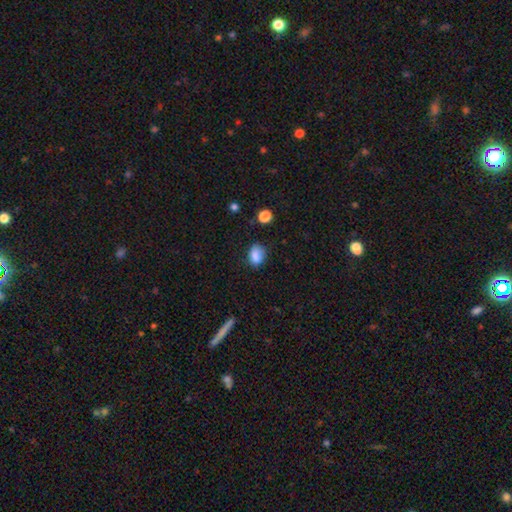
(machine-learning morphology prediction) Smooth or featured: smooth — 85% (star or artifact — 10%)
How rounded: in between — 74% (round — 25%)
Merging: none — 67% (minor disturbance — 26%)